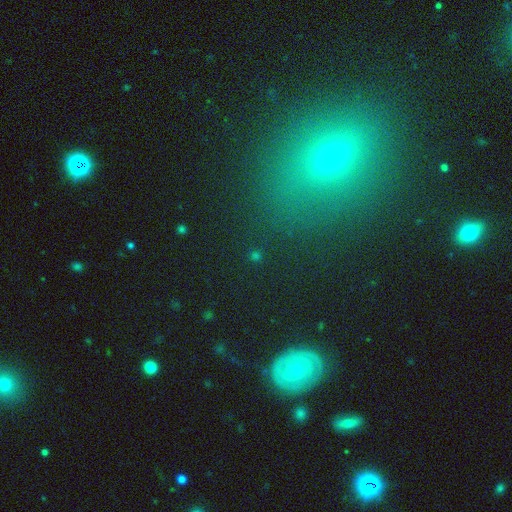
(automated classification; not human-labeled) A star or artifact, not a galaxy (54%).